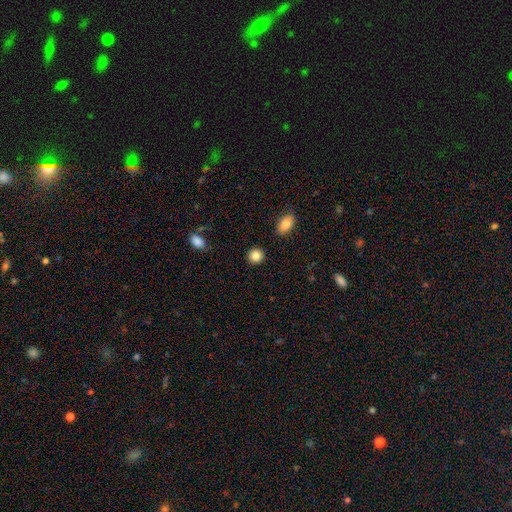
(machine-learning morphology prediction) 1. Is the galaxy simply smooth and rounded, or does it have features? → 87% smooth, 9% star or artifact, 4% featured or disk.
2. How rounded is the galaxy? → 88% round, 11% in between, 1% cigar-shaped.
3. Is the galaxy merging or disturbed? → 90% none, 6% minor disturbance, 2% major disturbance, 2% merger.